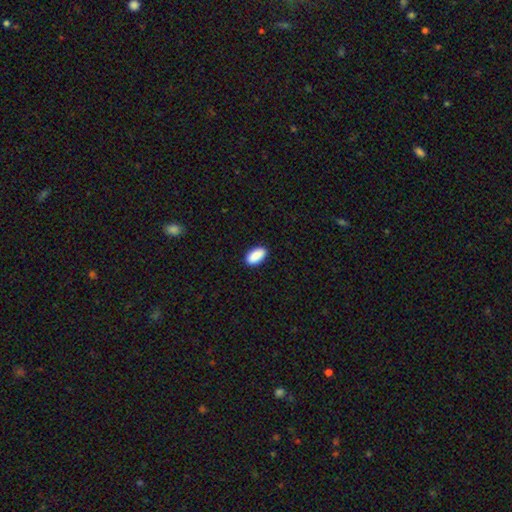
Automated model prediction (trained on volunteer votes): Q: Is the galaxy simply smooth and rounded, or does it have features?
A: smooth — 90%.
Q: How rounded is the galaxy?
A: in between — 94%.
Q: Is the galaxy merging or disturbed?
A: none — 89%.